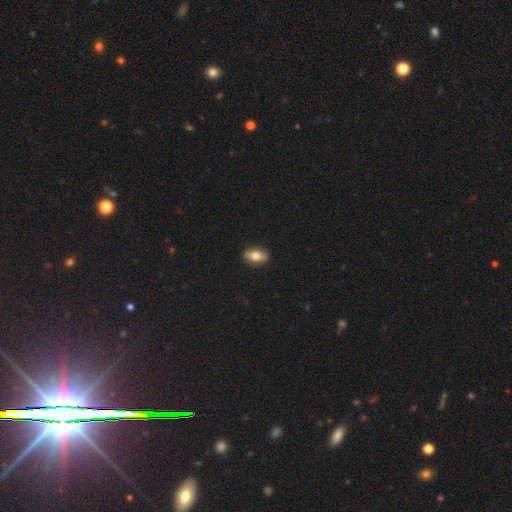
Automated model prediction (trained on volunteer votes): Smooth or featured: smooth — 70% (featured or disk — 23%)
How rounded: in between — 82% (round — 12%)
Merging: none — 88% (minor disturbance — 9%)